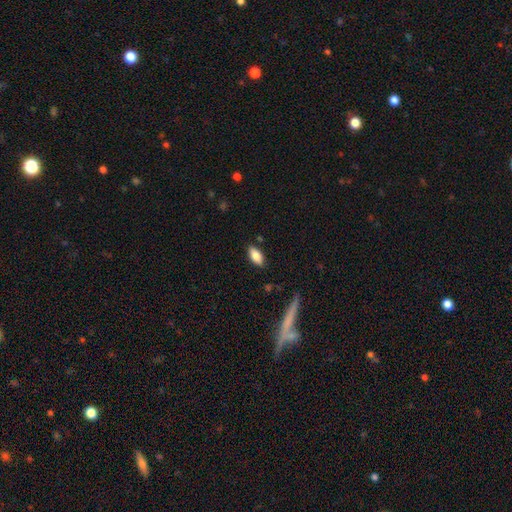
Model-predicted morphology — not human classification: Smooth or featured?
  - smooth: 84% *
  - featured or disk: 9%
  - star or artifact: 7%
How rounded?
  - in between: 89% *
  - cigar-shaped: 9%
  - round: 2%
Merging?
  - none: 85% *
  - minor disturbance: 11%
  - major disturbance: 2%
  - merger: 2%